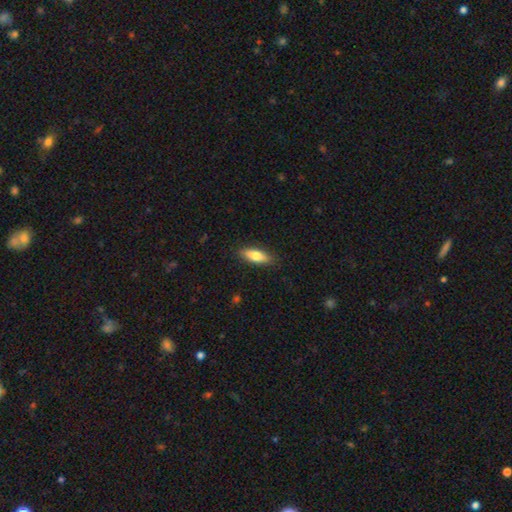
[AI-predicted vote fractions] Morphology: type=smooth (74%); roundness=in between (59%); merging=none (87%).